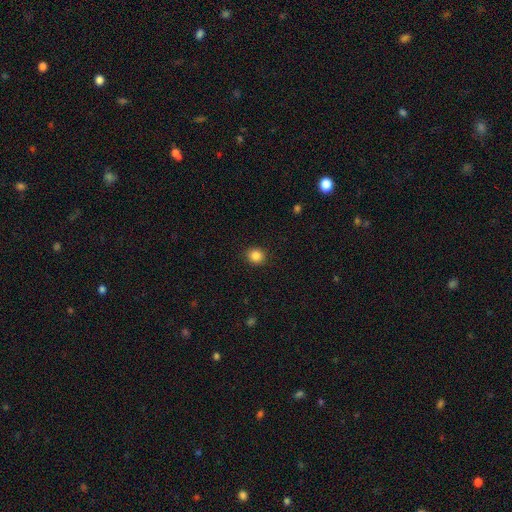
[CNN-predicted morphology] The model was most divided on "how rounded": round: 83%, in between: 16%, cigar-shaped: 1%. More confident: merging — none (91%); smooth or featured — smooth (86%).